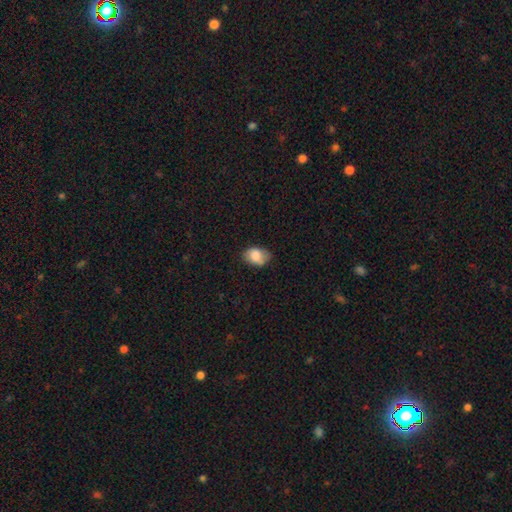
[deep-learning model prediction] This is clearly a smooth galaxy (83%). How rounded: likely in between (77%). Merging: likely none (66%).